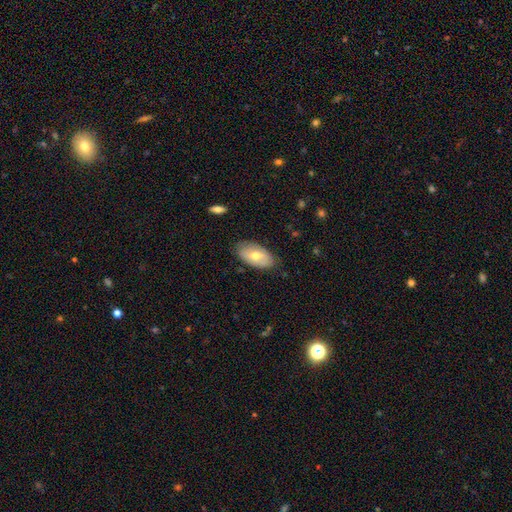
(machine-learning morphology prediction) The model was most divided on "smooth or featured": smooth: 61%, featured or disk: 33%, star or artifact: 6%. More confident: how rounded — in between (94%); merging — none (79%).